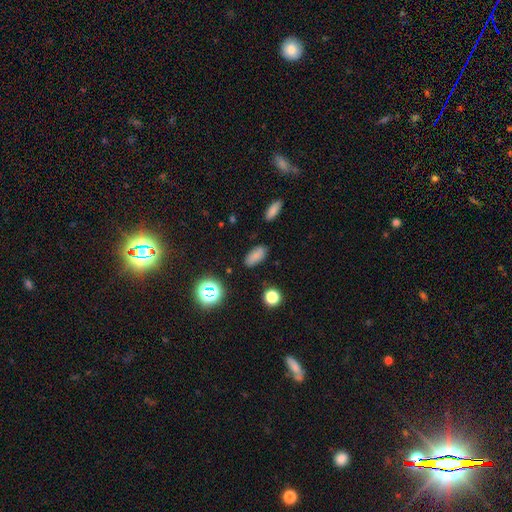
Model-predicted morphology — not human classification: A smooth galaxy with no disk features (76%) that is in between round and cigar-shaped (87%).

Vote fractions:
- Smooth or featured? smooth: 76% / star or artifact: 15% / featured or disk: 9%
- How rounded? in between: 87% / cigar-shaped: 8% / round: 5%
- Merging? none: 84% / minor disturbance: 11% / major disturbance: 3% / merger: 2%